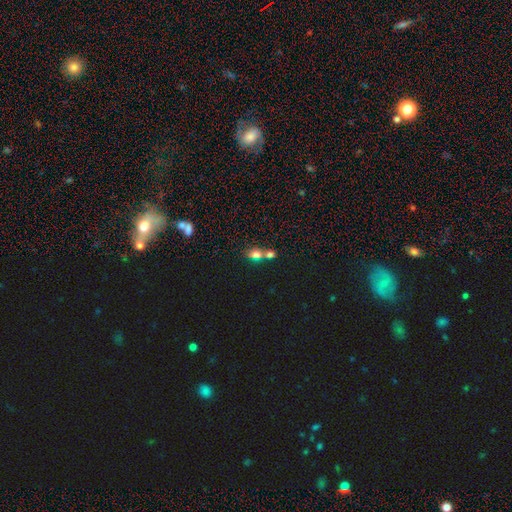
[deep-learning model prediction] A smooth galaxy with no disk features (72%) that is in between round and cigar-shaped (61%).

Vote fractions:
- Smooth or featured? smooth: 72% / star or artifact: 16% / featured or disk: 13%
- How rounded? in between: 61% / round: 36% / cigar-shaped: 4%
- Merging? merger: 57% / none: 31% / minor disturbance: 8% / major disturbance: 4%